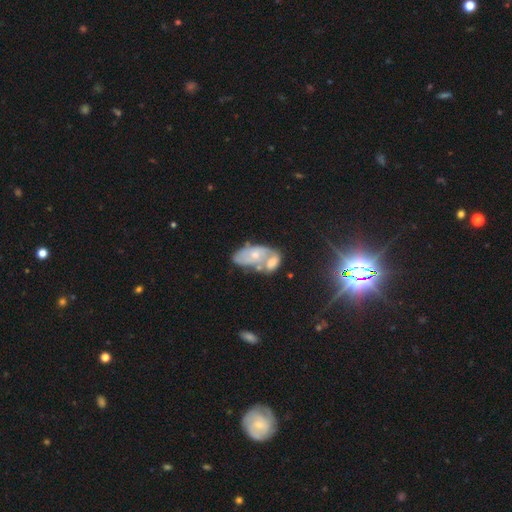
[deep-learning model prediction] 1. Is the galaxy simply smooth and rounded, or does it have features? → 57% featured or disk, 32% smooth, 11% star or artifact.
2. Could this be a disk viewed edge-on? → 93% no, 7% yes.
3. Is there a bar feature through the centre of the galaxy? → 82% no, 14% weak, 3% strong.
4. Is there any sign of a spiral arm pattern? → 51% yes, 49% no.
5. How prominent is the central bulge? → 52% small, 41% moderate, 3% none, 2% large, 1% dominant.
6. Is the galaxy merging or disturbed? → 60% merger, 21% none, 12% minor disturbance, 7% major disturbance.